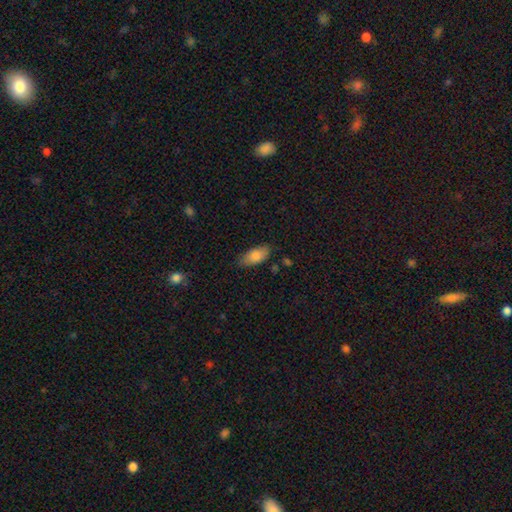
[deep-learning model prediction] Smooth or featured: smooth — 83% (featured or disk — 11%)
How rounded: in between — 90% (cigar-shaped — 8%)
Merging: none — 76% (minor disturbance — 18%)